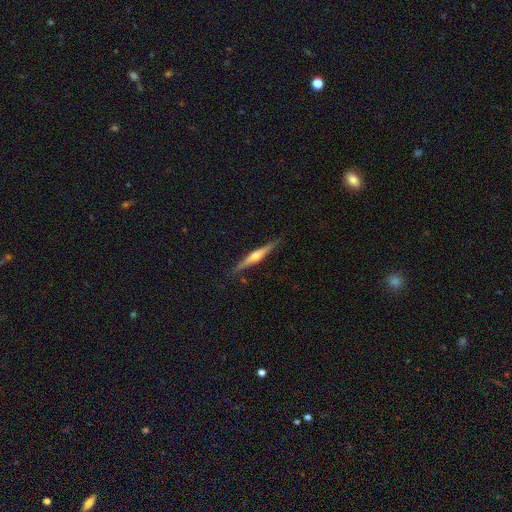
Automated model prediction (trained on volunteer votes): smooth-or-featured: featured or disk: 70% | smooth: 24% | star or artifact: 6%
  disk-edge-on: yes: 98% | no: 2%
    edge-on-bulge: rounded: 88% | none: 6% | boxy: 6%
  merging: none: 88% | minor disturbance: 9% | major disturbance: 2% | merger: 1%